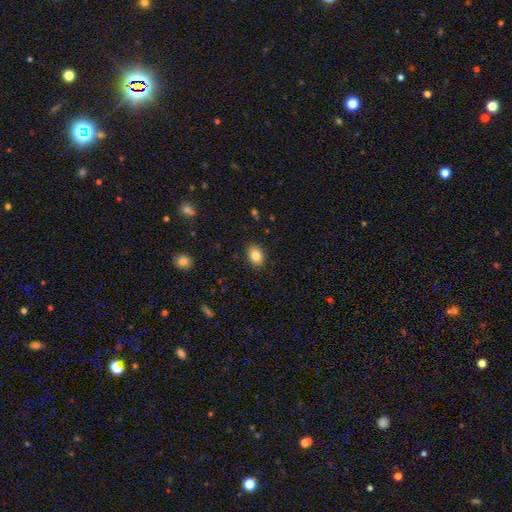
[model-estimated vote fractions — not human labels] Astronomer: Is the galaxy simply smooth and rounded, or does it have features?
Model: smooth — 84%.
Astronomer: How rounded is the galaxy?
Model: in between — 67%.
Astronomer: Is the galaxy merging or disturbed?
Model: none — 89%.